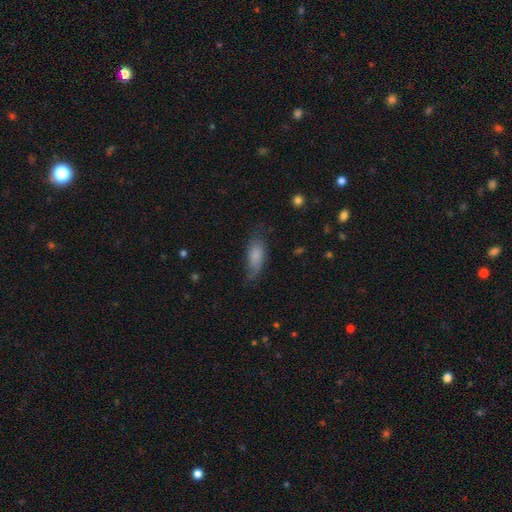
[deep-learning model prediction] A smooth galaxy with no disk features (78%) that is in between round and cigar-shaped (79%).

Vote fractions:
- Smooth or featured? smooth: 78% / featured or disk: 15% / star or artifact: 7%
- How rounded? in between: 79% / cigar-shaped: 19% / round: 2%
- Merging? none: 60% / minor disturbance: 28% / major disturbance: 10% / merger: 2%